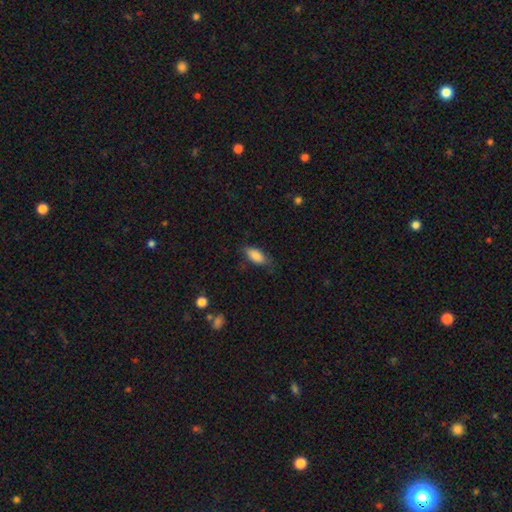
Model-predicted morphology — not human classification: smooth-or-featured: smooth: 85% | featured or disk: 8% | star or artifact: 7%
  how-rounded: in between: 85% | cigar-shaped: 12% | round: 3%
  merging: none: 72% | minor disturbance: 22% | major disturbance: 5% | merger: 1%